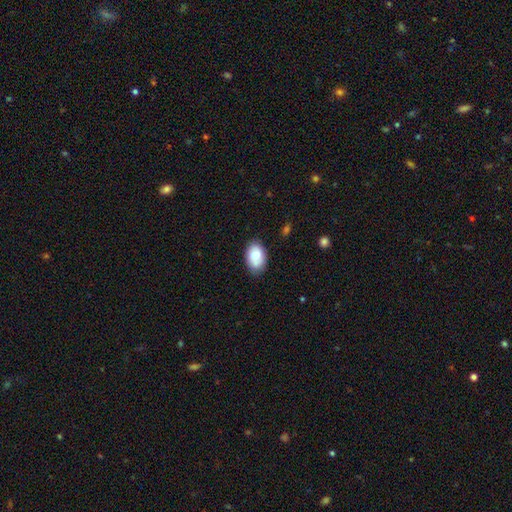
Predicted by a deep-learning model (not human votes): Smooth or featured: smooth — 80% (featured or disk — 13%)
How rounded: in between — 88% (round — 11%)
Merging: none — 73% (minor disturbance — 20%)